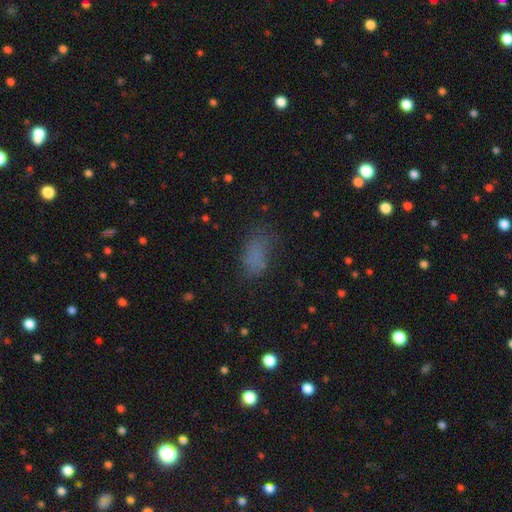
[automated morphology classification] This appears to be a smooth galaxy with no disk features (74%) that is in between round and cigar-shaped (88%). Merging: none (63%).